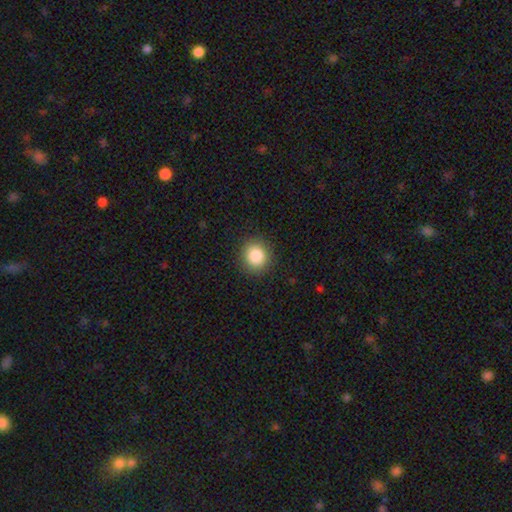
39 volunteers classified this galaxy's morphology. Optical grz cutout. It shows a smooth galaxy with no disk features (90%) that is round (83%). Merging: none (89%).